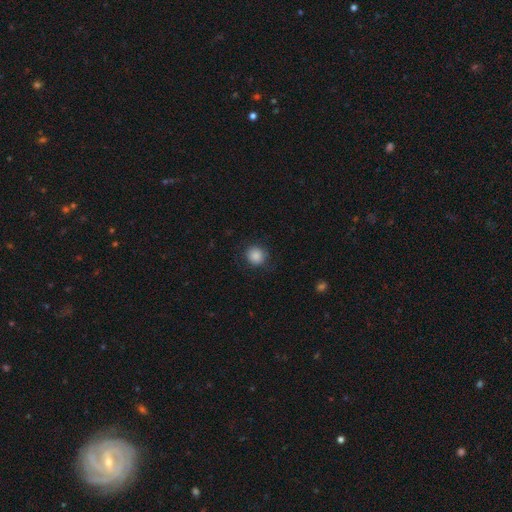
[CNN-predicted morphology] type=smooth (87%); roundness=round (90%); merging=none (86%).